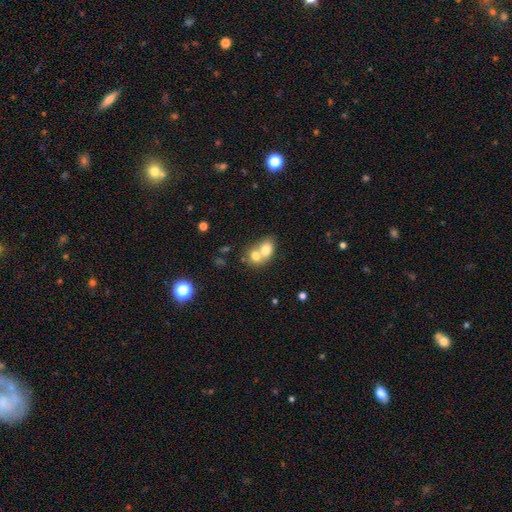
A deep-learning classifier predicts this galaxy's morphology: Smooth or featured? Predicted: smooth (p=0.71). How rounded? Predicted: in between (p=0.56). Merging? Predicted: merger (p=0.74).